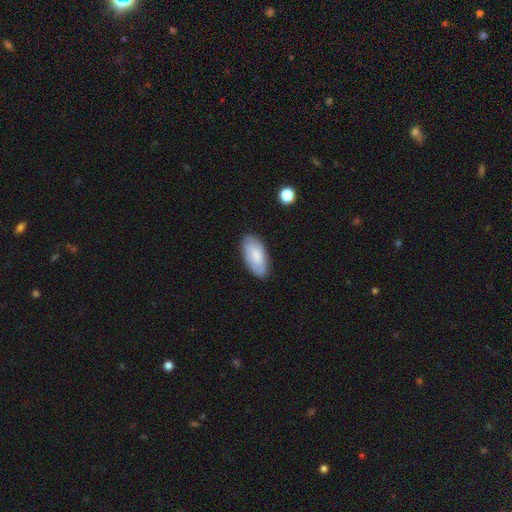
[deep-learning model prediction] This appears to be a smooth galaxy with no disk features (81%) that is in between round and cigar-shaped (94%). Merging: none (83%).